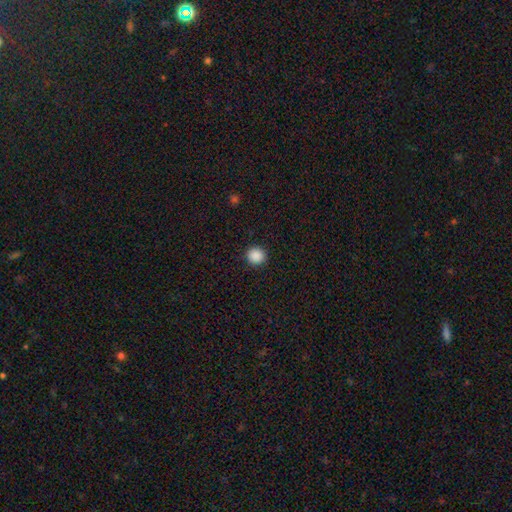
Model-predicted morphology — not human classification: The model was most divided on "smooth or featured": smooth: 89%, star or artifact: 9%, featured or disk: 2%. More confident: how rounded — round (94%); merging — none (93%).